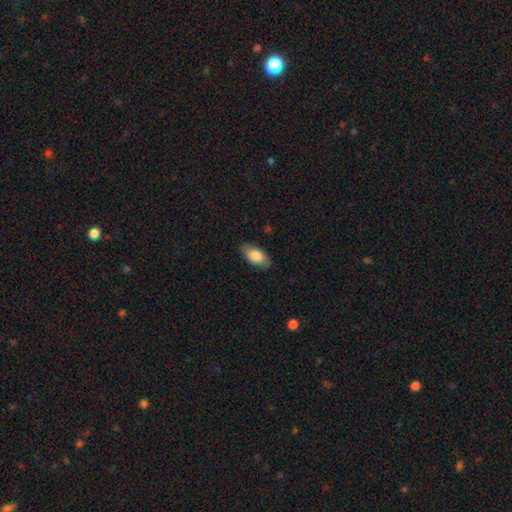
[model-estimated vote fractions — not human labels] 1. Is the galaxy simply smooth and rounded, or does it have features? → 82% smooth, 12% featured or disk, 6% star or artifact.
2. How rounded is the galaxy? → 93% in between, 4% round, 3% cigar-shaped.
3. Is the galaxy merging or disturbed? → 84% none, 12% minor disturbance, 3% major disturbance, 1% merger.